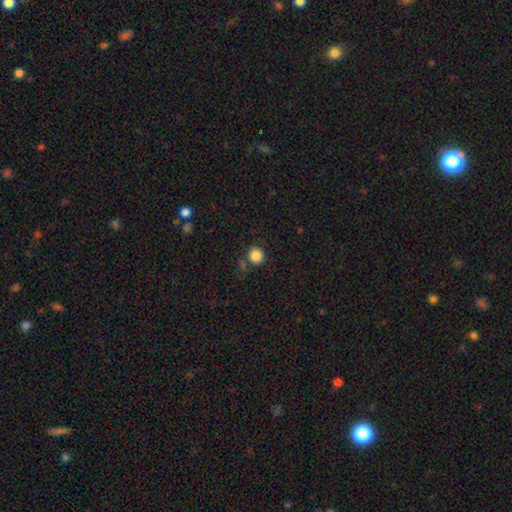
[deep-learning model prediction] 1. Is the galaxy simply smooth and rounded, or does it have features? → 86% smooth, 10% star or artifact, 4% featured or disk.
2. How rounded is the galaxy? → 88% round, 11% in between, 1% cigar-shaped.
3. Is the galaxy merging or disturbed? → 78% none, 10% minor disturbance, 8% merger, 4% major disturbance.